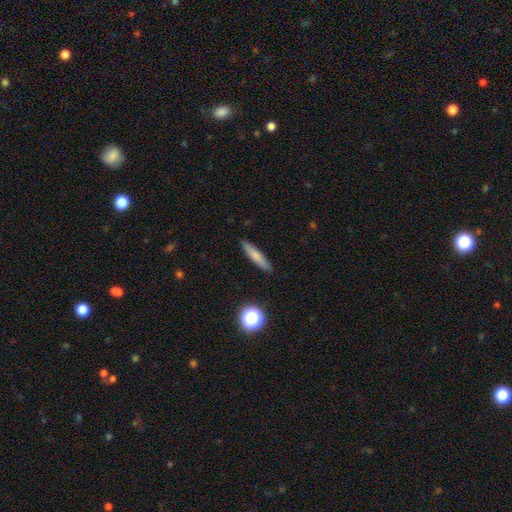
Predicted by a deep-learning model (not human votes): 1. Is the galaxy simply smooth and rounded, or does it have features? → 74% smooth, 18% featured or disk, 8% star or artifact.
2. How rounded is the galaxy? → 86% cigar-shaped, 12% in between, 2% round.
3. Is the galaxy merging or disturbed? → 89% none, 8% minor disturbance, 2% major disturbance, 1% merger.